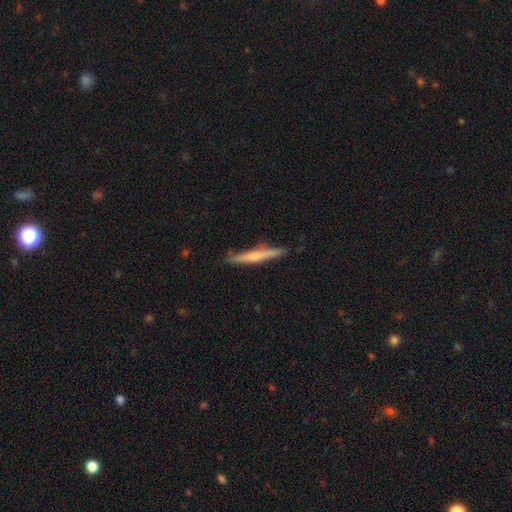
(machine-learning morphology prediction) A featured or disk galaxy (47%, tied with smooth). Merging: none (87%).